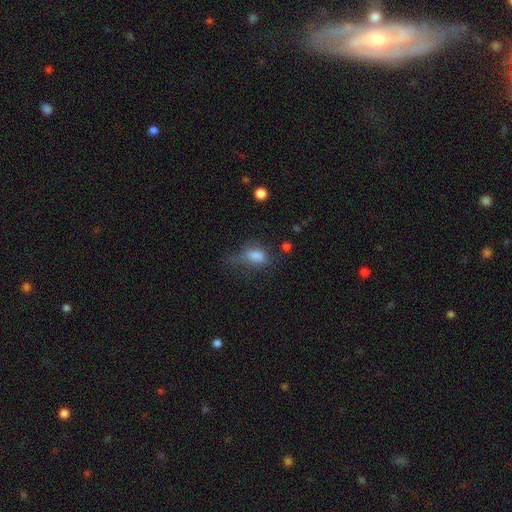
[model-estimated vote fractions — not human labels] The model was most divided on "merging": none: 35%, major disturbance: 31%, minor disturbance: 30%, merger: 4%. More confident: how rounded — in between (79%); smooth or featured — smooth (75%).